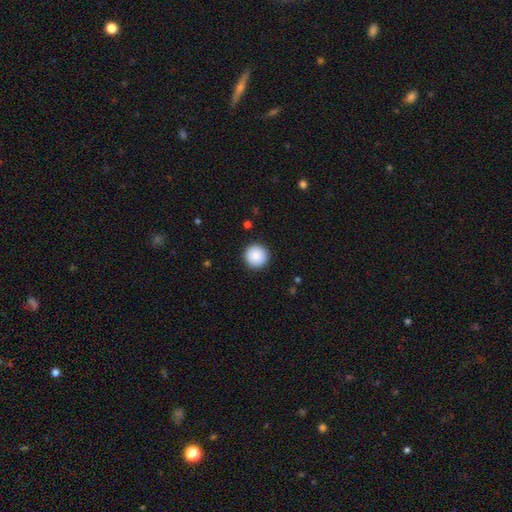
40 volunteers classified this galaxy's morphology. Q: Smooth or featured?
A: smooth (85%); runner-up: star or artifact (10%)
Q: How rounded?
A: round (97%); runner-up: in between (3%)
Q: Merging?
A: none (94%); runner-up: minor disturbance (6%)